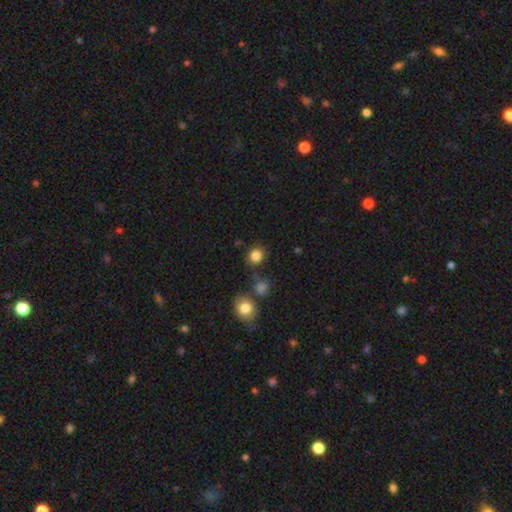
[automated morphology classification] This is clearly a smooth galaxy (84%). How rounded: likely round (79%). Merging: likely none (74%).